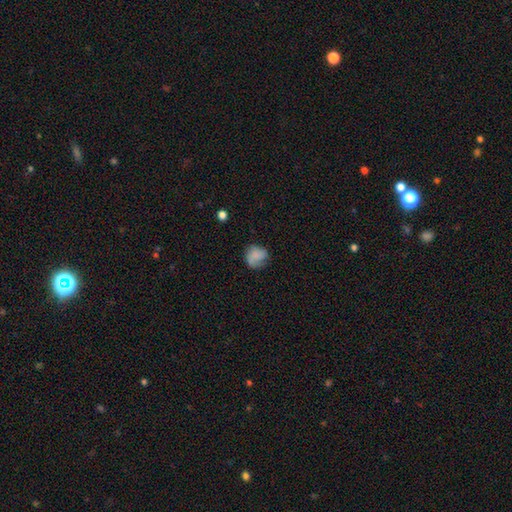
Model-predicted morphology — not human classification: Smooth or featured? Predicted: smooth (p=0.71). How rounded? Predicted: round (p=0.74). Merging? Predicted: none (p=0.60).